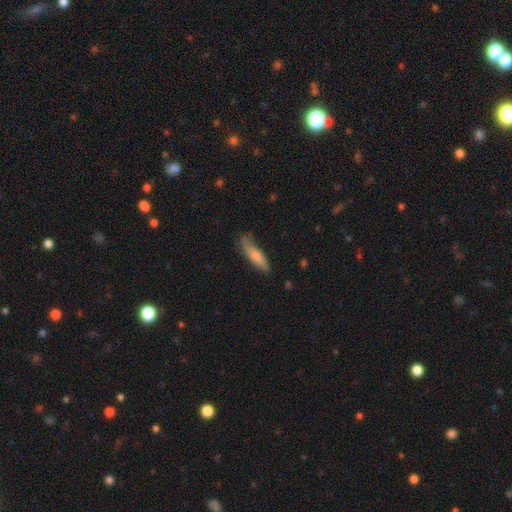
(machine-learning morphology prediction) A smooth galaxy with no disk features (69%) that is cigar-shaped (64%).

Vote fractions:
- Smooth or featured? smooth: 69% / featured or disk: 26% / star or artifact: 6%
- How rounded? cigar-shaped: 64% / in between: 34% / round: 2%
- Merging? none: 59% / minor disturbance: 30% / major disturbance: 9% / merger: 3%